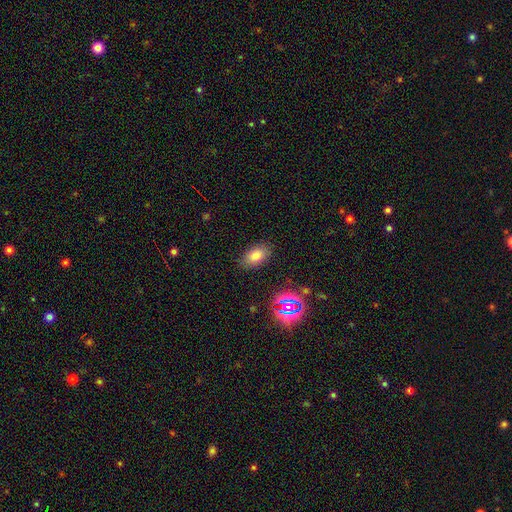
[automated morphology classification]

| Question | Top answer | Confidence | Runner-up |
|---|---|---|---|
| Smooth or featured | smooth | 74% | star or artifact (16%) |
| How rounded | in between | 89% | round (9%) |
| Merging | none | 83% | minor disturbance (12%) |